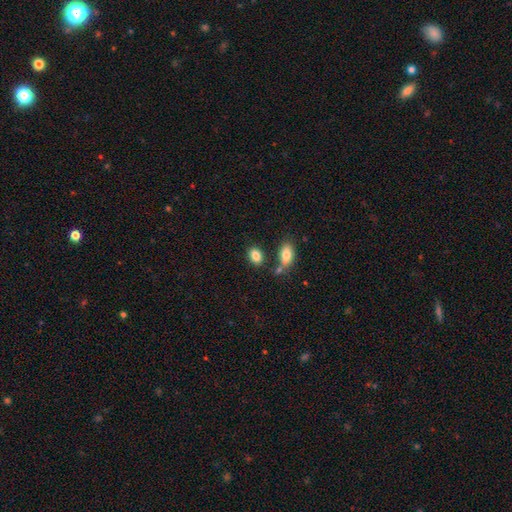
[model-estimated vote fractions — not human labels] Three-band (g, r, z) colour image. It shows a smooth galaxy with no disk features (84%) that is in between round and cigar-shaped (81%). Merging: none (69%).